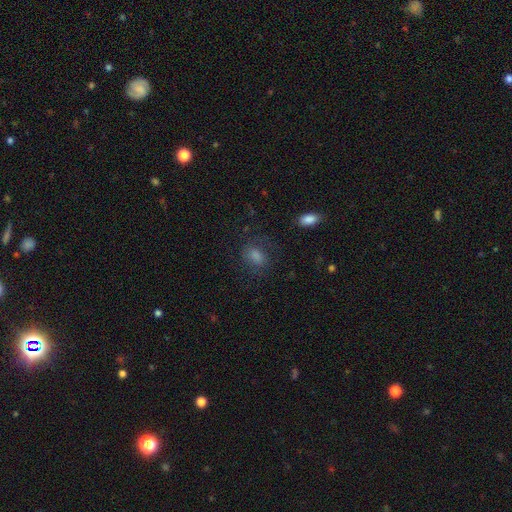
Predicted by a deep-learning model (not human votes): Q: Smooth or featured?
A: smooth (63%); runner-up: star or artifact (21%)
Q: How rounded?
A: in between (64%); runner-up: round (33%)
Q: Merging?
A: none (73%); runner-up: minor disturbance (15%)